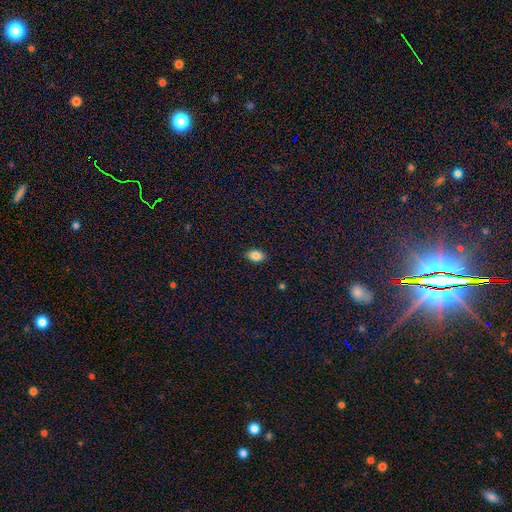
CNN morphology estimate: Smooth or featured? Predicted: smooth (p=0.85). How rounded? Predicted: in between (p=0.87). Merging? Predicted: none (p=0.88).